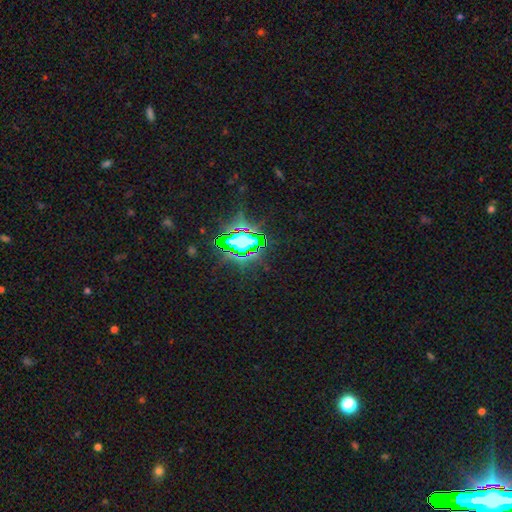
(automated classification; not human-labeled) smooth_or_featured: star or artifact (p=0.81) [alt: smooth p=0.11]